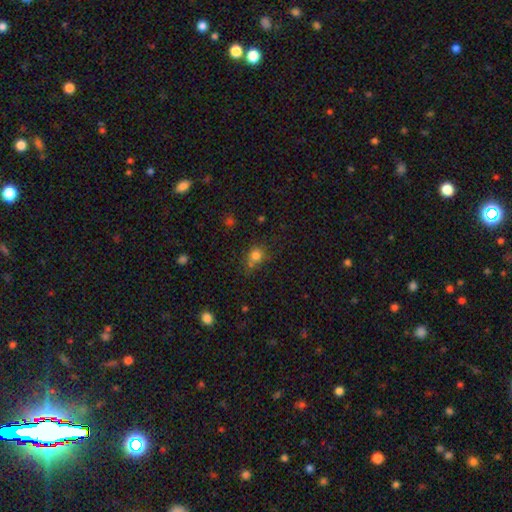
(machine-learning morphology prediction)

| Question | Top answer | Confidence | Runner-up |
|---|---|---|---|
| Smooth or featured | smooth | 78% | star or artifact (14%) |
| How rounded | round | 74% | in between (24%) |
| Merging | none | 54% | minor disturbance (20%) |